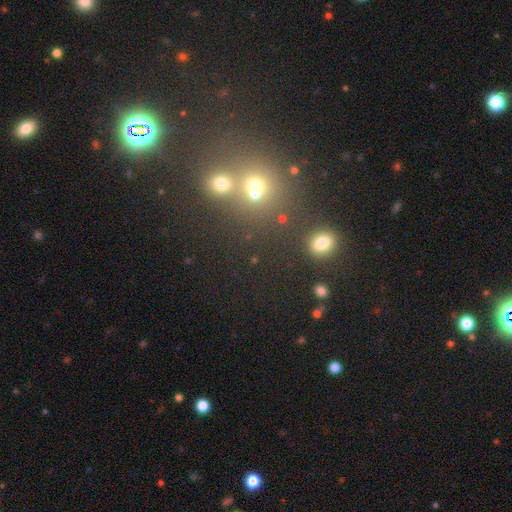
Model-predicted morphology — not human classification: Smooth or featured?
  - smooth: 45% *
  - star or artifact: 44%
  - featured or disk: 11%
Merging?
  - none: 55% *
  - merger: 34%
  - minor disturbance: 7%
  - major disturbance: 4%